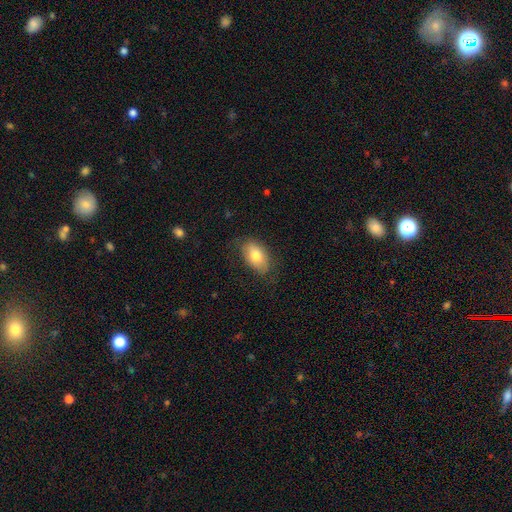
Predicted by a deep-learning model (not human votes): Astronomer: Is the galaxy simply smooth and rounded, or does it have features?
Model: smooth — 77%.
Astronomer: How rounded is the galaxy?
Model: in between — 91%.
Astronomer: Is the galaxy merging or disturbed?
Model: none — 76%.